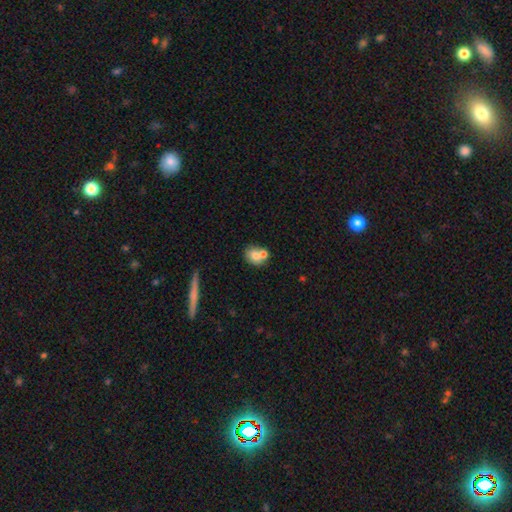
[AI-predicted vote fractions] Morphology: type=smooth (72%); roundness=round (61%); merging=none (46%).